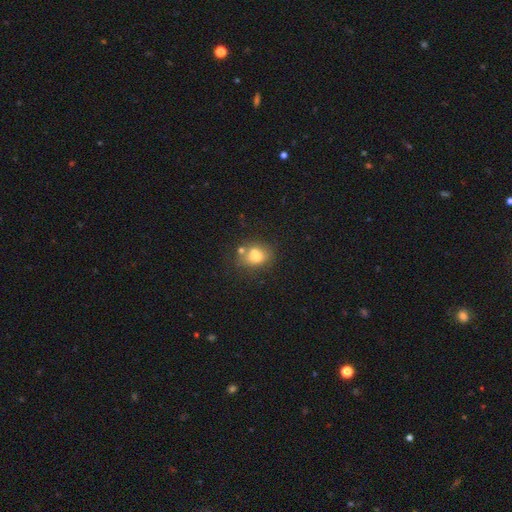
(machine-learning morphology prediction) A smooth galaxy with no disk features (67%) that is round (55%).

Vote fractions:
- Smooth or featured? smooth: 67% / featured or disk: 21% / star or artifact: 12%
- How rounded? round: 55% / in between: 44% / cigar-shaped: 1%
- Merging? none: 46% / merger: 33% / minor disturbance: 15% / major disturbance: 6%